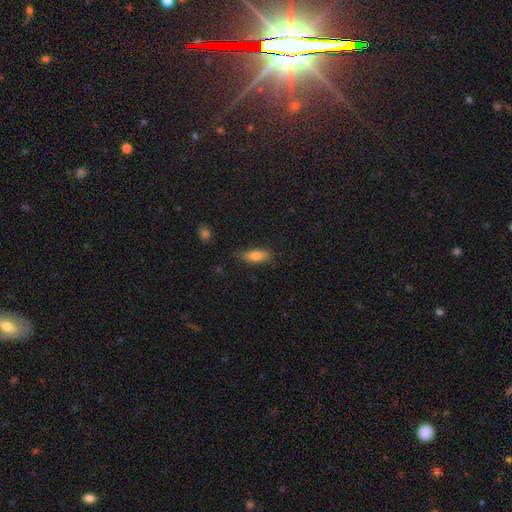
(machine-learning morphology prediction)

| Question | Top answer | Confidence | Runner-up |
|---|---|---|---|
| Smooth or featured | smooth | 78% | featured or disk (14%) |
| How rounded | in between | 70% | cigar-shaped (27%) |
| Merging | none | 79% | minor disturbance (16%) |